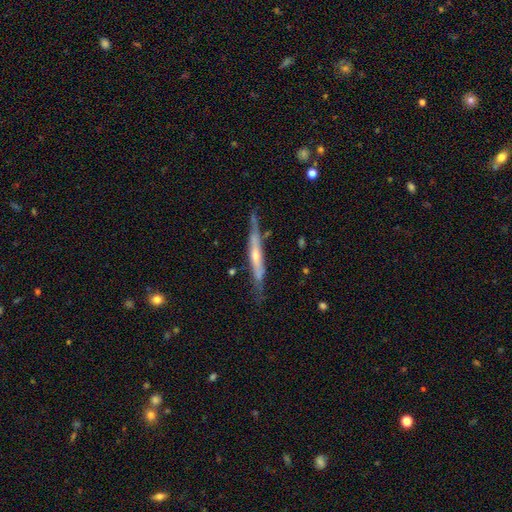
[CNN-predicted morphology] smooth_or_featured: featured or disk (p=0.70) [alt: smooth p=0.25]
disk_edge_on: yes (p=0.89) [alt: no p=0.11]
edge_on_bulge: rounded (p=0.60) [alt: none p=0.33]
merging: none (p=0.69) [alt: minor disturbance p=0.23]